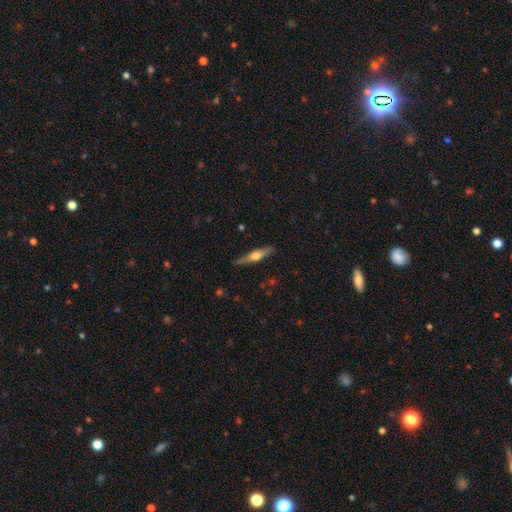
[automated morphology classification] The model was most divided on "smooth or featured": featured or disk: 58%, smooth: 36%, star or artifact: 6%. More confident: edge-on disk — yes (96%); edge-on bulge — rounded (87%); merging — none (86%).